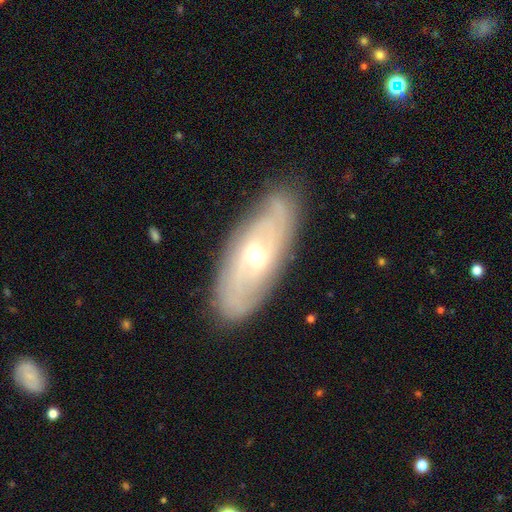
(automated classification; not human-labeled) Smooth or featured?
  - featured or disk: 73% *
  - smooth: 21%
  - star or artifact: 7%
Edge-on disk?
  - no: 85% *
  - yes: 15%
Bar?
  - no: 58% *
  - weak: 33%
  - strong: 9%
Spiral arms?
  - yes: 84% *
  - no: 16%
Spiral winding?
  - tight: 55% *
  - medium: 32%
  - loose: 13%
Spiral arm count?
  - can't tell: 41% *
  - 2: 39%
  - 3: 9%
  - 4: 4%
  - 1: 3%
  - more than 4: 3%
Bulge size?
  - moderate: 49% *
  - small: 47%
  - large: 2%
  - none: 1%
  - dominant: 1%
Merging?
  - none: 84% *
  - minor disturbance: 12%
  - major disturbance: 3%
  - merger: 1%